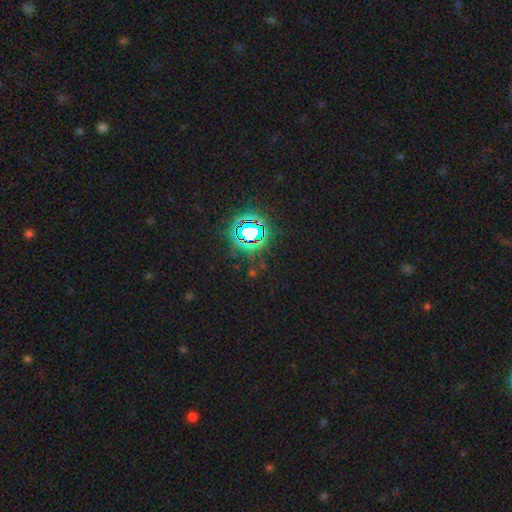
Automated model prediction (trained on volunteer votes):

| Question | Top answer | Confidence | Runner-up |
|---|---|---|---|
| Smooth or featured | star or artifact | 81% | smooth (12%) |